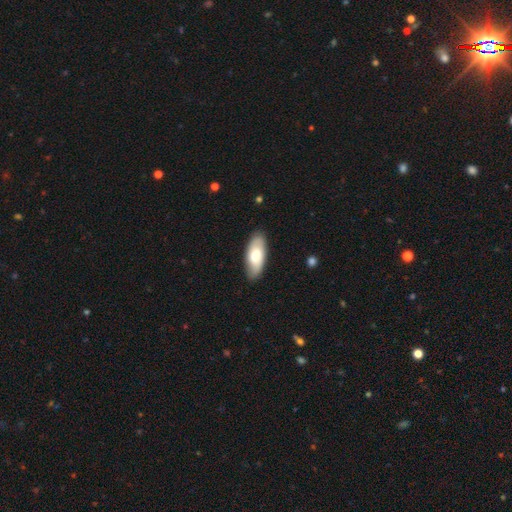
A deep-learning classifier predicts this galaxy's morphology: This appears to be a smooth galaxy with no disk features (69%) that is in between round and cigar-shaped (82%). Merging: none (86%).